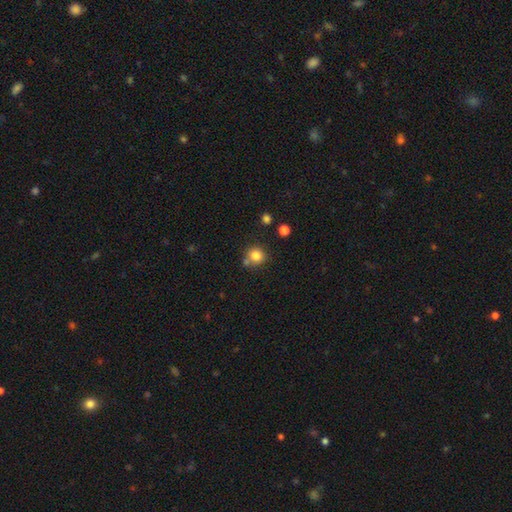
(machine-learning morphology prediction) smooth 82%, star or artifact 11%, featured or disk 7%. Down the decision tree: how rounded — round (88%); merging — none (68%).